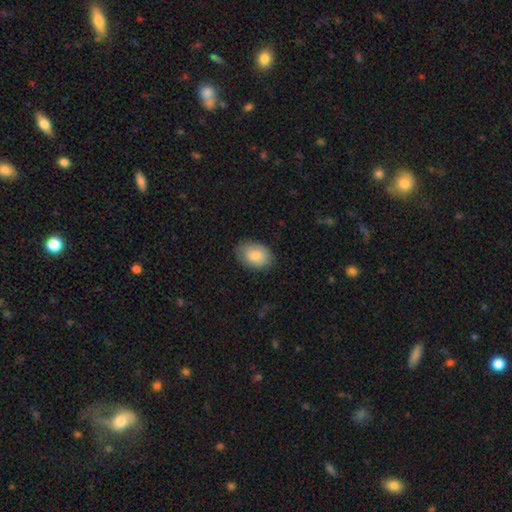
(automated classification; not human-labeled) Smooth or featured? smooth (85%)
How rounded? in between (84%)
Merging? none (80%)